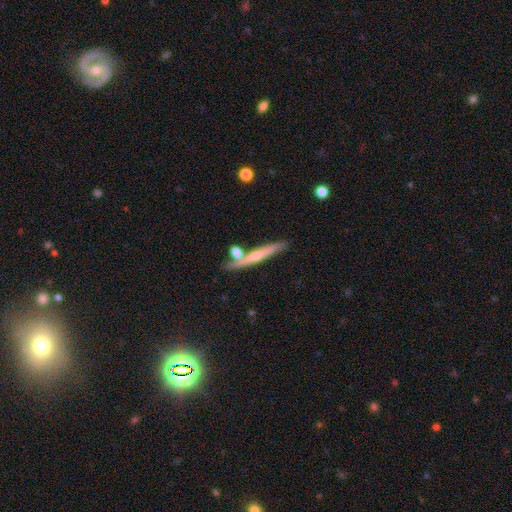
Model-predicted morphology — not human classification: type=featured or disk (52%); edge-on=yes (94%); merging=none (73%).